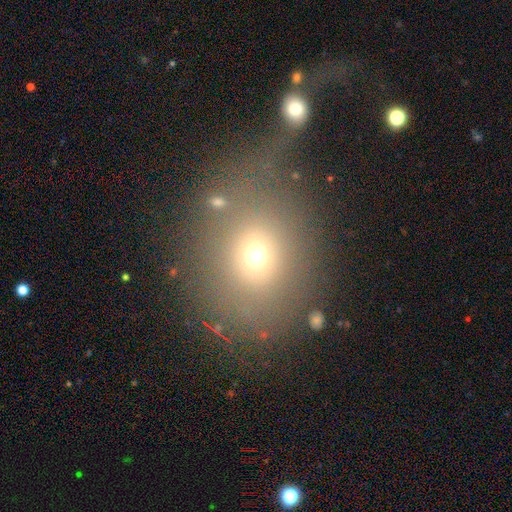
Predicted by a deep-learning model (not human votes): Morphology: type=smooth (66%); roundness=round (70%); merging=none (56%).